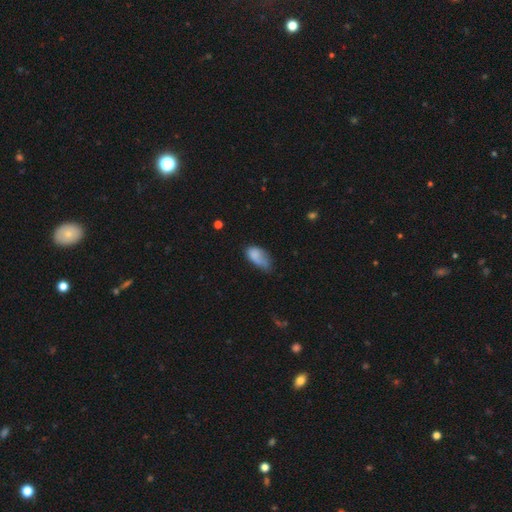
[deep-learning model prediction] smooth-or-featured: smooth: 77% | featured or disk: 14% | star or artifact: 9%
  how-rounded: in between: 91% | round: 5% | cigar-shaped: 4%
  merging: minor disturbance: 40% | none: 31% | major disturbance: 23% | merger: 6%